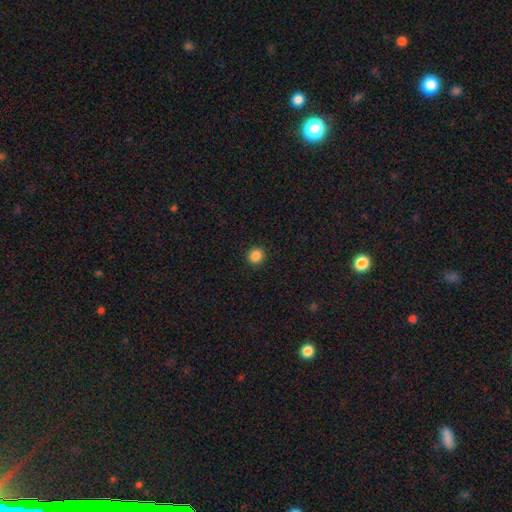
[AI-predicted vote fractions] Smooth or featured? smooth (86%)
How rounded? round (90%)
Merging? none (92%)